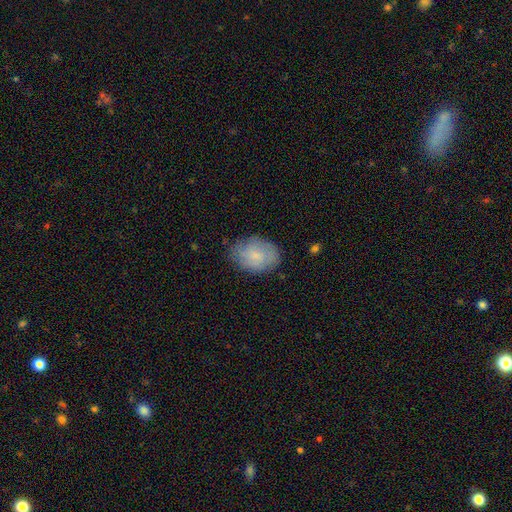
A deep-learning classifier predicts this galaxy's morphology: This is likely a smooth galaxy (72%). How rounded: likely in between (75%). Merging: likely none (74%).